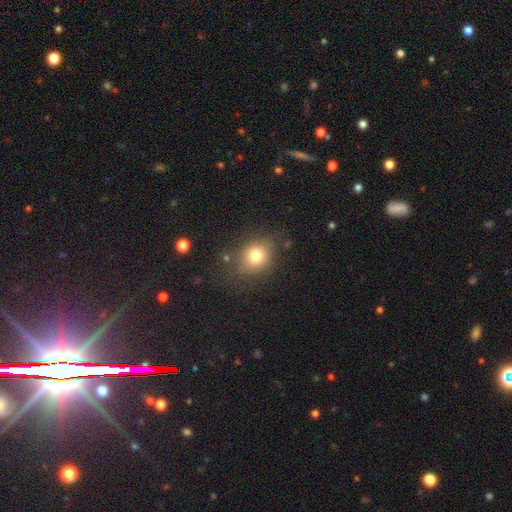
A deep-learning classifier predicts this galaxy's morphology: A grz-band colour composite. It shows a smooth galaxy with no disk features (77%) that is round (54%). Merging: none (73%).